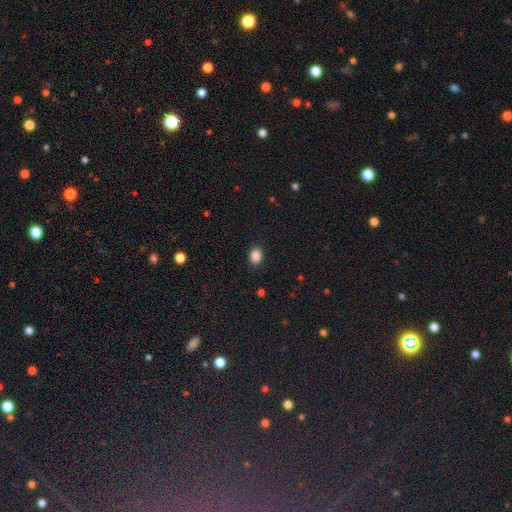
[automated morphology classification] A smooth galaxy with no disk features (87%) that is in between round and cigar-shaped (51%).

Vote fractions:
- Smooth or featured? smooth: 87% / star or artifact: 10% / featured or disk: 3%
- How rounded? in between: 51% / round: 48% / cigar-shaped: 1%
- Merging? none: 88% / minor disturbance: 9% / major disturbance: 3% / merger: 1%